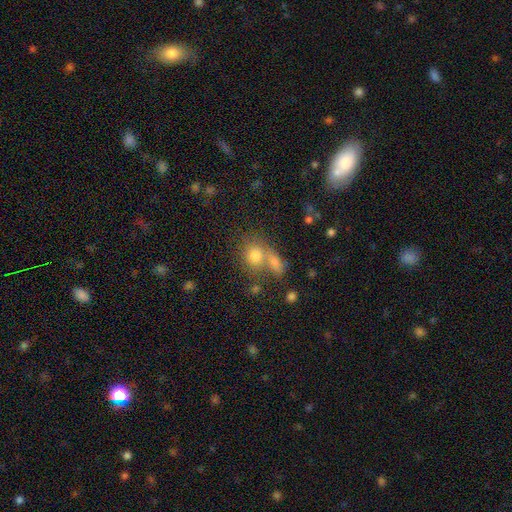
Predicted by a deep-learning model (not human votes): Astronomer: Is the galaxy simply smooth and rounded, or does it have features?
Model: smooth — 77%.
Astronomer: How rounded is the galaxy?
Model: round — 61% (runner-up: in between, 37%).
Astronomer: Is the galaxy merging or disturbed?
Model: merger — 47% (runner-up: none, 39%).